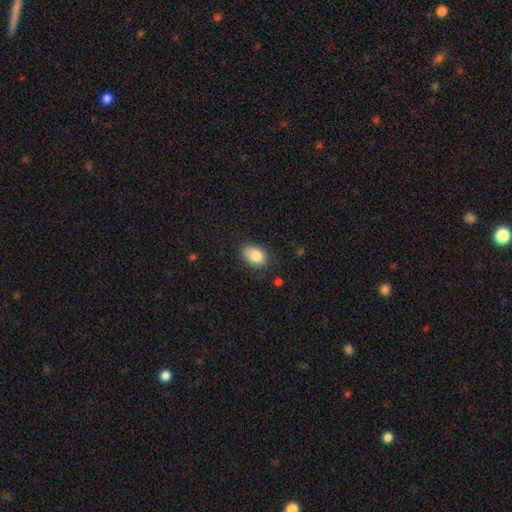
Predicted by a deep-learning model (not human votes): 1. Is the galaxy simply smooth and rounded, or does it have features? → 84% smooth, 8% star or artifact, 8% featured or disk.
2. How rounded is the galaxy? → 80% in between, 19% round, 1% cigar-shaped.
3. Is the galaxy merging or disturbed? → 71% none, 22% minor disturbance, 5% major disturbance, 2% merger.